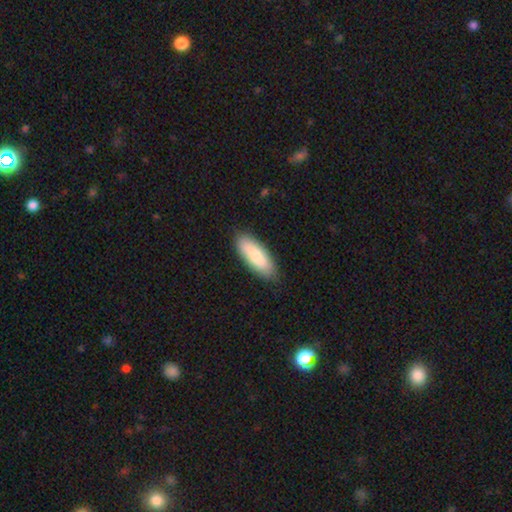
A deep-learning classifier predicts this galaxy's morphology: A smooth galaxy with no disk features (80%) that is in between round and cigar-shaped (71%).

Vote fractions:
- Smooth or featured? smooth: 80% / featured or disk: 15% / star or artifact: 5%
- How rounded? in between: 71% / cigar-shaped: 27% / round: 2%
- Merging? none: 86% / minor disturbance: 11% / major disturbance: 2% / merger: 1%